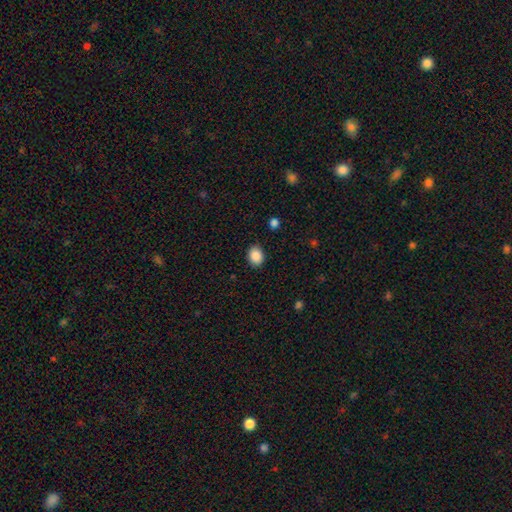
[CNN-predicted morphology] Smooth or featured? smooth (89%)
How rounded? in between (52%)
Merging? none (85%)